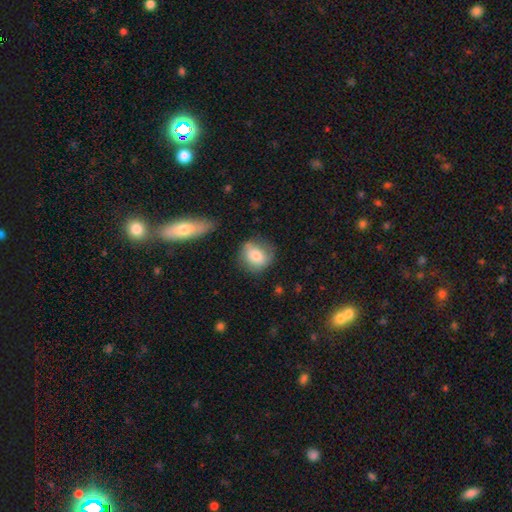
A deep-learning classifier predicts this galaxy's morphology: type=smooth (75%); roundness=round (70%); merging=none (66%).